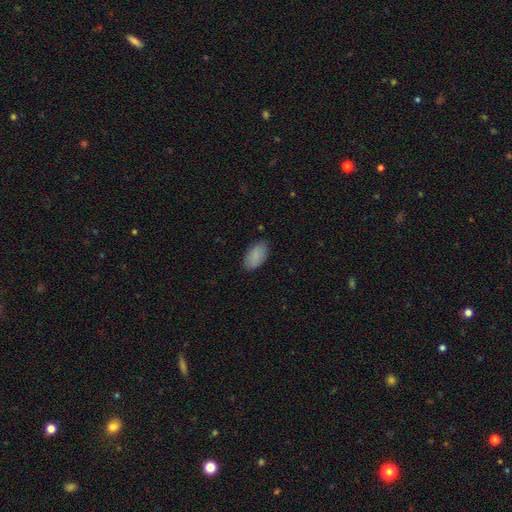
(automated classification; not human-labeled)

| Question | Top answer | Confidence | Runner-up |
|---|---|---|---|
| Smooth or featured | smooth | 87% | featured or disk (7%) |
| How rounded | in between | 95% | round (3%) |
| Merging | none | 84% | minor disturbance (13%) |